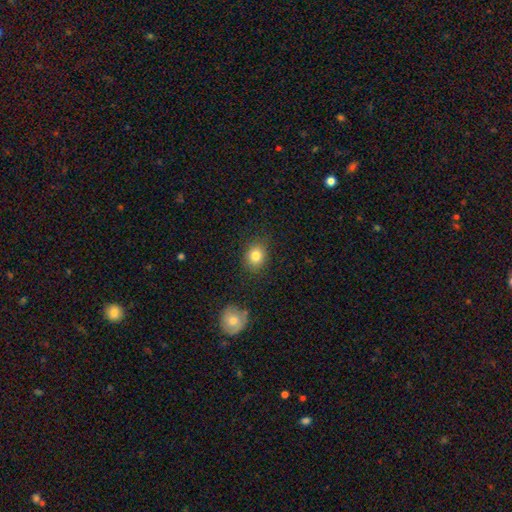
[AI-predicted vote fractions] Smooth or featured? smooth (83%)
How rounded? round (59%)
Merging? none (83%)